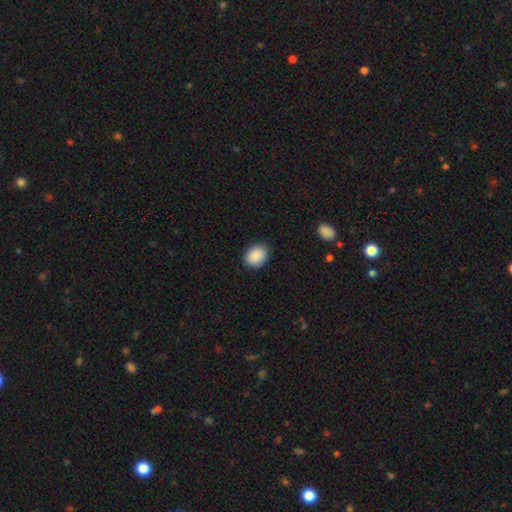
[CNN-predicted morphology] Smooth or featured: smooth — 90% (star or artifact — 7%)
How rounded: in between — 54% (round — 45%)
Merging: none — 88% (minor disturbance — 9%)